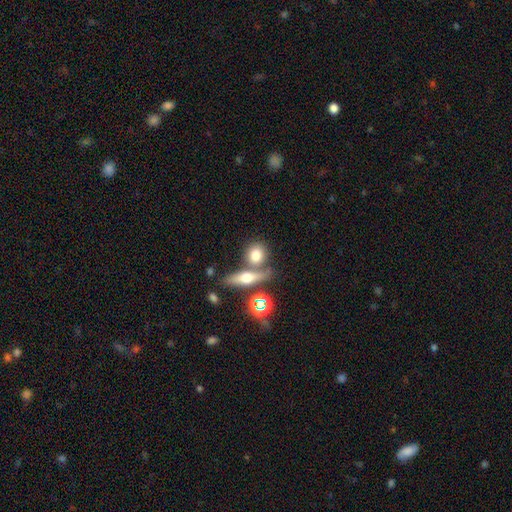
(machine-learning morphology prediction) type=smooth (69%); roundness=round (60%); merging=none (57%).